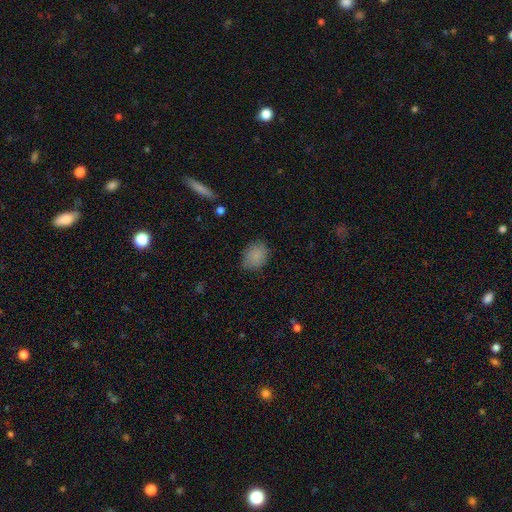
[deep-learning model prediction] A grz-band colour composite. It shows a smooth galaxy with no disk features (85%) that is in between round and cigar-shaped (58%). Merging: none (76%).